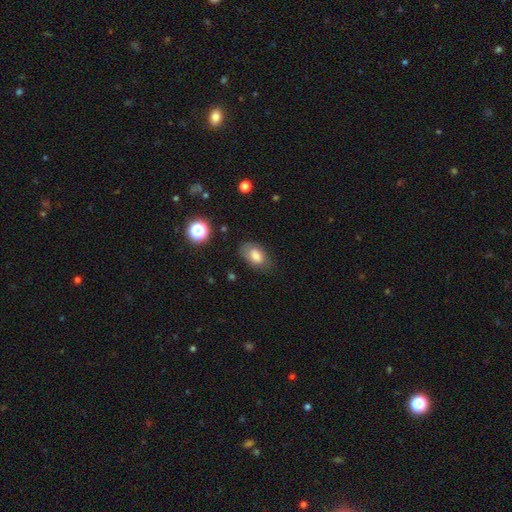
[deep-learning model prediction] Smooth or featured?
  - smooth: 74% *
  - featured or disk: 16%
  - star or artifact: 10%
How rounded?
  - in between: 89% *
  - round: 9%
  - cigar-shaped: 2%
Merging?
  - none: 70% *
  - minor disturbance: 22%
  - major disturbance: 7%
  - merger: 2%